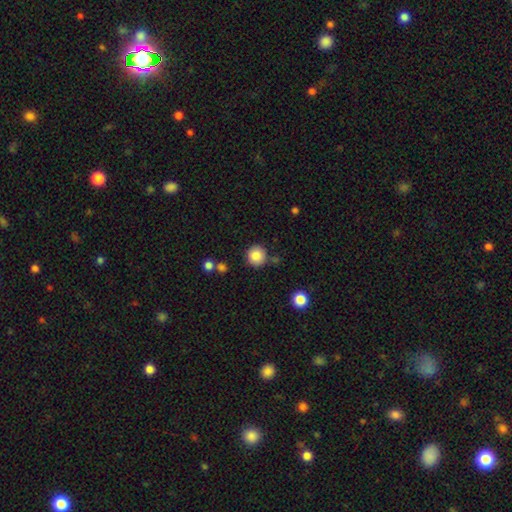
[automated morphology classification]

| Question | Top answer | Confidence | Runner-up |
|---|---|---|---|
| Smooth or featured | smooth | 84% | star or artifact (9%) |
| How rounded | round | 93% | in between (6%) |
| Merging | none | 83% | minor disturbance (9%) |